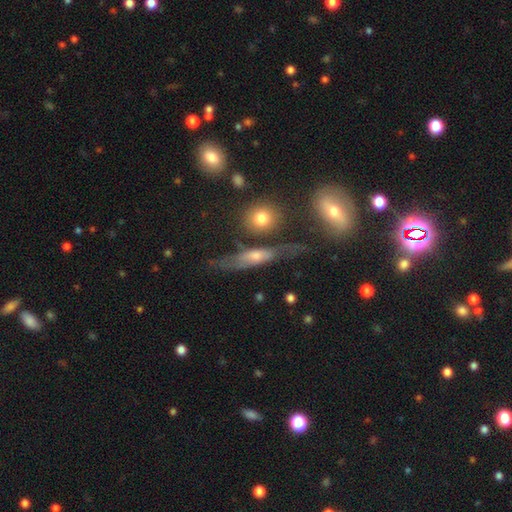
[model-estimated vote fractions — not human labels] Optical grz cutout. It shows a featured or disk galaxy (51%) viewed edge-on (64%). Merging: none (55%).